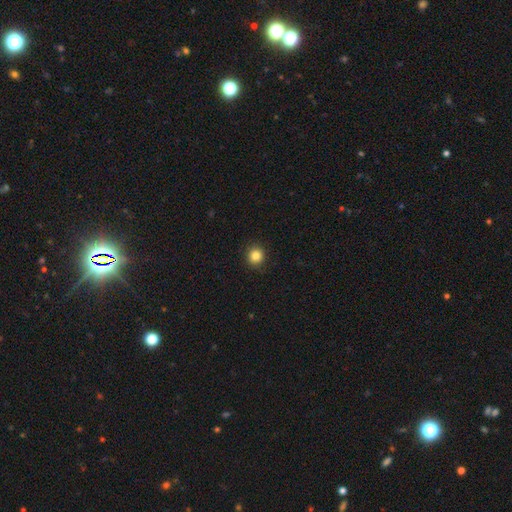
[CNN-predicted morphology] Smooth or featured?
  - smooth: 85% *
  - star or artifact: 11%
  - featured or disk: 4%
How rounded?
  - round: 90% *
  - in between: 9%
  - cigar-shaped: 1%
Merging?
  - none: 91% *
  - minor disturbance: 6%
  - major disturbance: 2%
  - merger: 1%